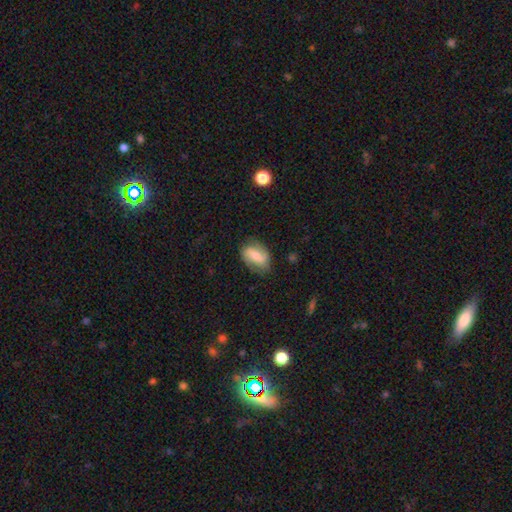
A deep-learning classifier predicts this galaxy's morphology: Q: Smooth or featured?
A: featured or disk (47%); runner-up: smooth (45%)
Q: Merging?
A: none (72%); runner-up: minor disturbance (20%)